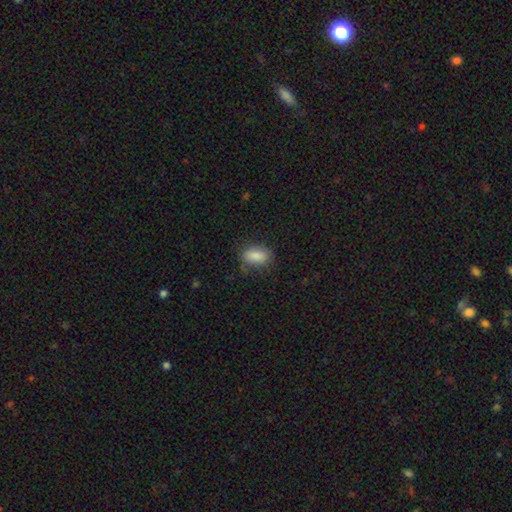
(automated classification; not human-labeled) Smooth or featured? smooth (86%)
How rounded? in between (89%)
Merging? none (76%)